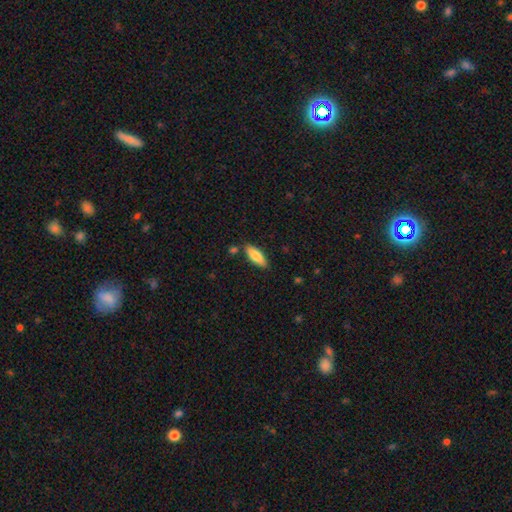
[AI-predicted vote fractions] This is clearly a smooth galaxy (82%). How rounded: likely in between (68%). Merging: clearly none (81%).